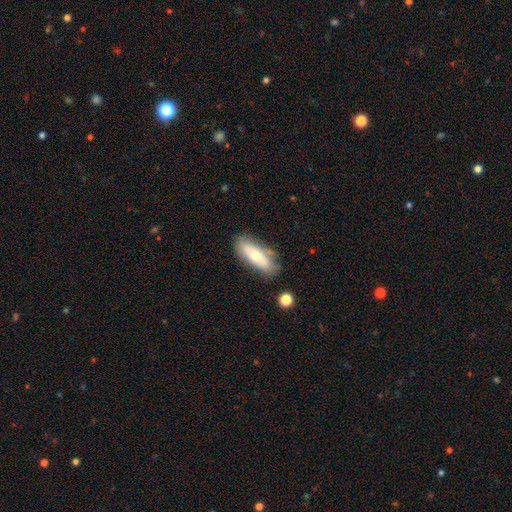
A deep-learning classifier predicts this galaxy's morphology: A smooth galaxy with no disk features (62%) that is in between round and cigar-shaped (66%).

Vote fractions:
- Smooth or featured? smooth: 62% / featured or disk: 32% / star or artifact: 7%
- How rounded? in between: 66% / cigar-shaped: 32% / round: 2%
- Merging? none: 70% / minor disturbance: 20% / major disturbance: 6% / merger: 5%